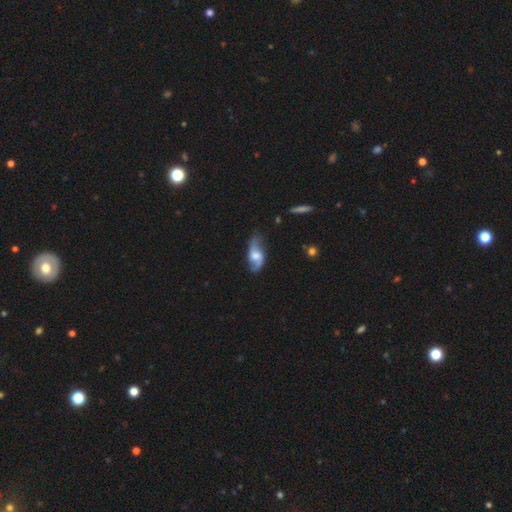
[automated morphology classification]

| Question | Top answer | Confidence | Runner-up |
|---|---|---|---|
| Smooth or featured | featured or disk | 74% | smooth (20%) |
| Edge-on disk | no | 91% | yes (9%) |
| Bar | no | 50% | weak (40%) |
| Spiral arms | yes | 92% | no (8%) |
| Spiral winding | loose | 69% | medium (24%) |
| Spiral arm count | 2 | 89% | can't tell (5%) |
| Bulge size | moderate | 54% | large (22%) |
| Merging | none | 65% | minor disturbance (23%) |